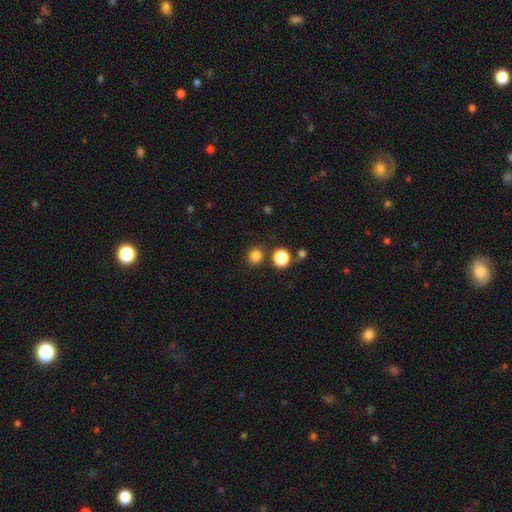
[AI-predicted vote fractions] Smooth or featured? smooth (83%)
How rounded? round (87%)
Merging? none (85%)